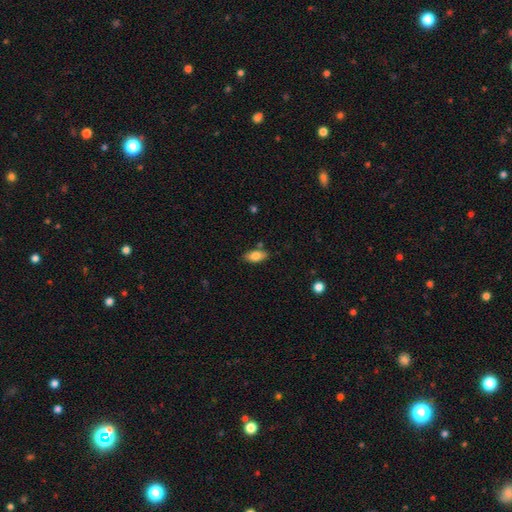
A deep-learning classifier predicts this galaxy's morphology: Overall: smooth (81%). How rounded: in between (88%). Merging: none (78%).